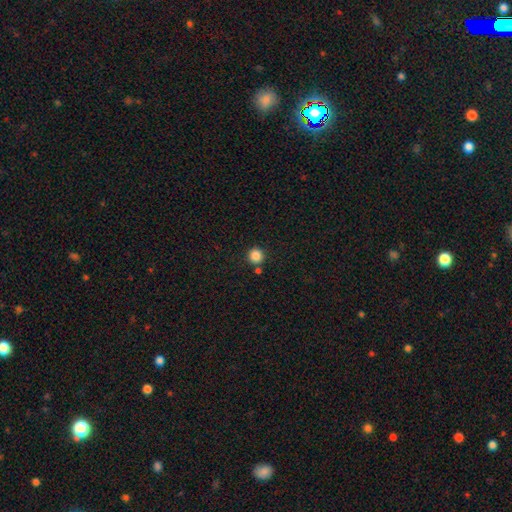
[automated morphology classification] Overall: smooth (86%). How rounded: round (94%). Merging: none (83%).